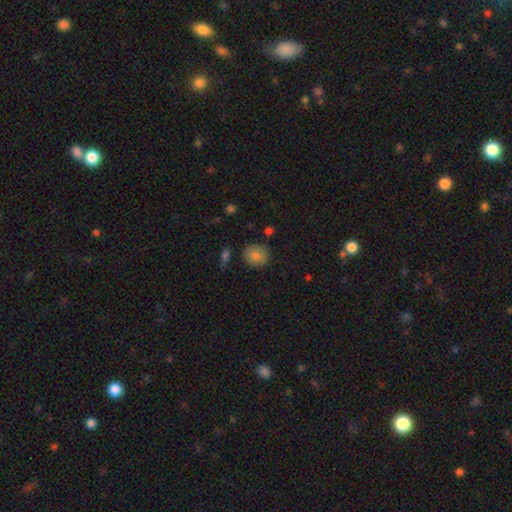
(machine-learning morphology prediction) smooth-or-featured: smooth: 82% | star or artifact: 9% | featured or disk: 9%
  how-rounded: round: 76% | in between: 23% | cigar-shaped: 1%
  merging: none: 80% | minor disturbance: 14% | merger: 3% | major disturbance: 3%